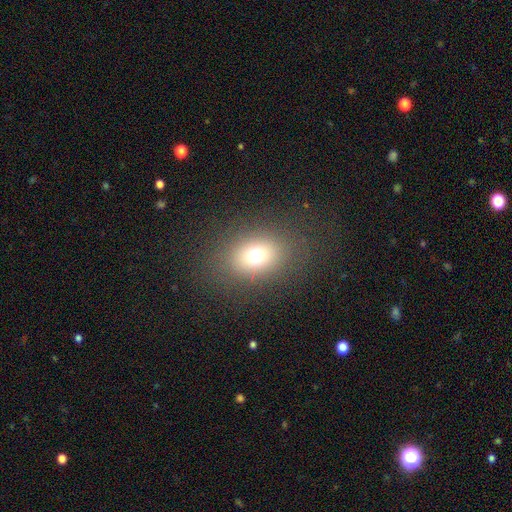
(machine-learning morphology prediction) Overall: smooth (70%). How rounded: in between (56%; round 42%). Merging: none (83%).